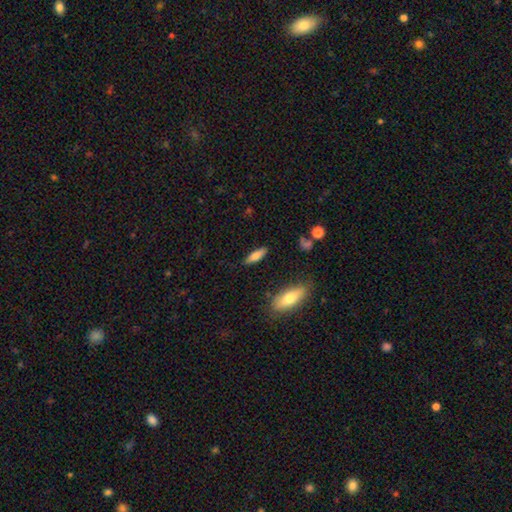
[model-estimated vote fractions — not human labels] A smooth galaxy with no disk features (71%) that is in between round and cigar-shaped (53%). Merging: none (85%).